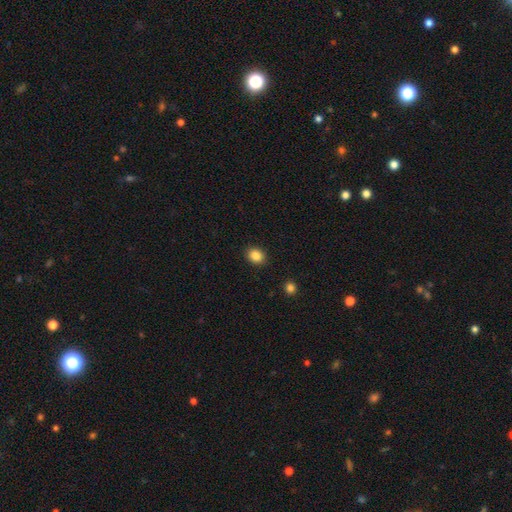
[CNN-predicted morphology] A smooth galaxy with no disk features (86%) that is round (58%).

Vote fractions:
- Smooth or featured? smooth: 86% / star or artifact: 10% / featured or disk: 4%
- How rounded? round: 58% / in between: 41% / cigar-shaped: 1%
- Merging? none: 90% / minor disturbance: 7% / major disturbance: 2% / merger: 1%